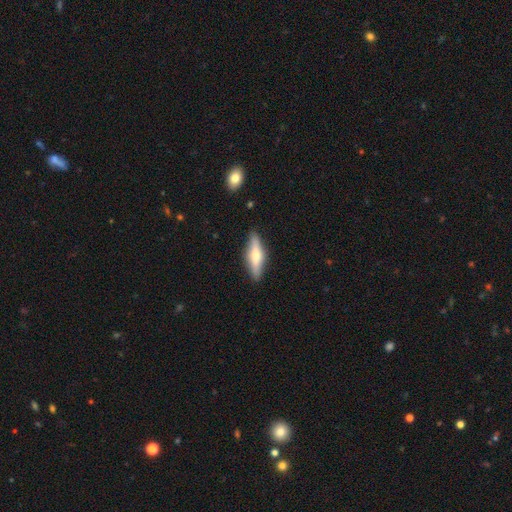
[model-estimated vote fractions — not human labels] This appears to be a smooth galaxy with no disk features (50%). Merging: none (85%).